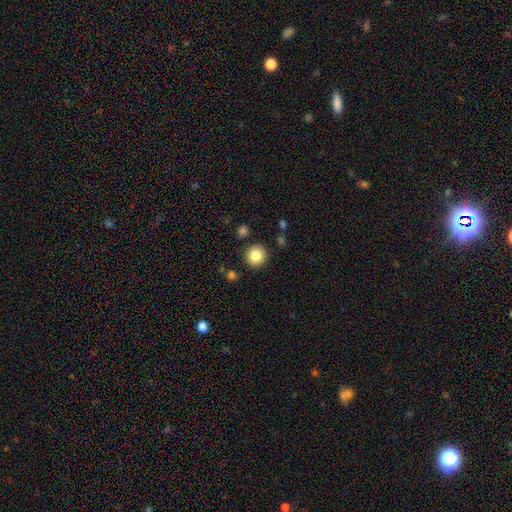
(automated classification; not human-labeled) This appears to be a smooth galaxy with no disk features (84%) that is round (94%). Merging: none (90%).